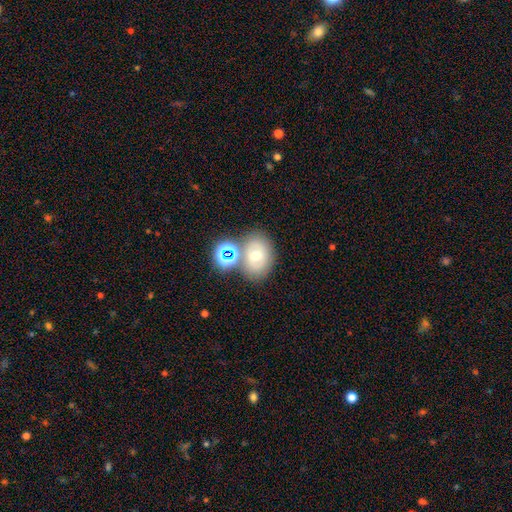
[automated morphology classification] smooth 49%, featured or disk 28%, star or artifact 23%. Down the decision tree: merging — none (61%).